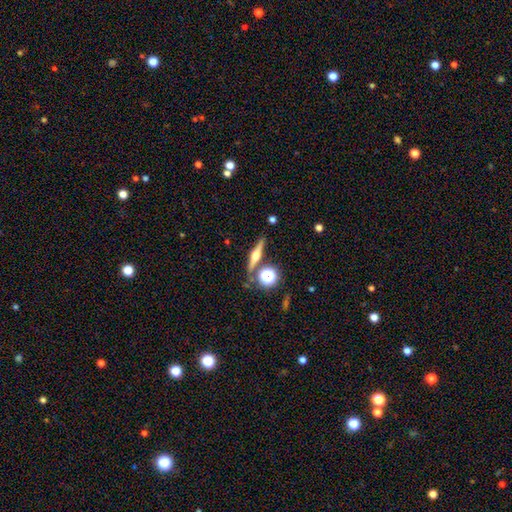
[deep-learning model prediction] Q: Smooth or featured?
A: featured or disk (68%); runner-up: smooth (23%)
Q: Edge-on disk?
A: yes (96%); runner-up: no (4%)
Q: Edge-on bulge?
A: rounded (95%); runner-up: boxy (3%)
Q: Merging?
A: none (82%); runner-up: minor disturbance (8%)